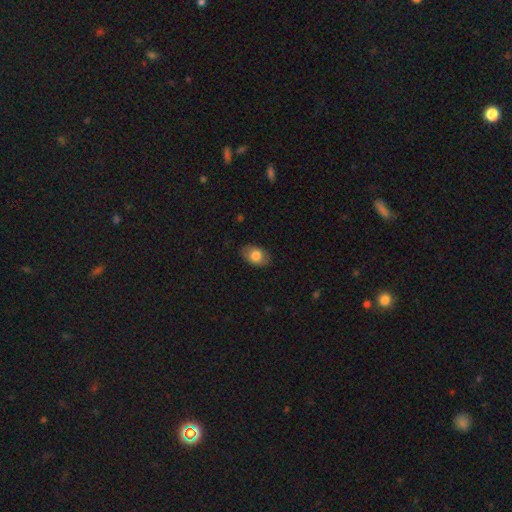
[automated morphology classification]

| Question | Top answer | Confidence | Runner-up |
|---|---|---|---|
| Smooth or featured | smooth | 80% | featured or disk (13%) |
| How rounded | in between | 84% | round (15%) |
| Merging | none | 84% | minor disturbance (12%) |